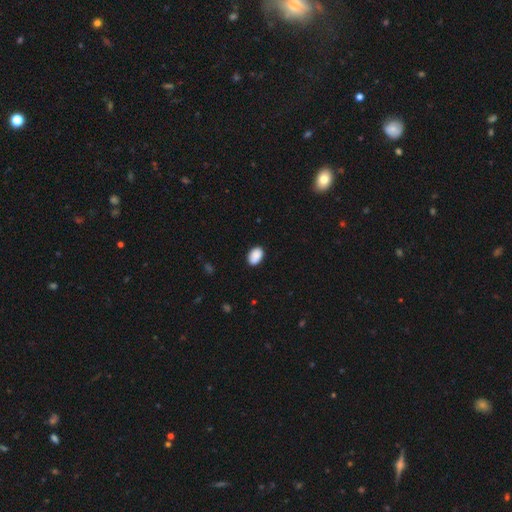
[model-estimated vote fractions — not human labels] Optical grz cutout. It shows a smooth galaxy with no disk features (89%) that is in between round and cigar-shaped (85%). Merging: none (84%).